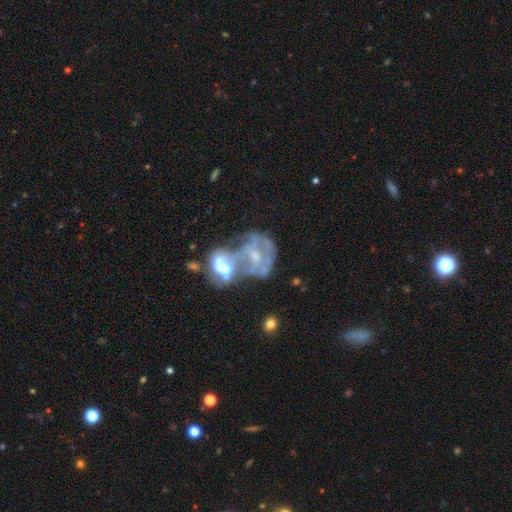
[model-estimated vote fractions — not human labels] Morphology: type=featured or disk (65%); edge-on=no (97%); bar=no (73%); spiral arms=no (68%); bulge=moderate (38%); merging=merger (55%).